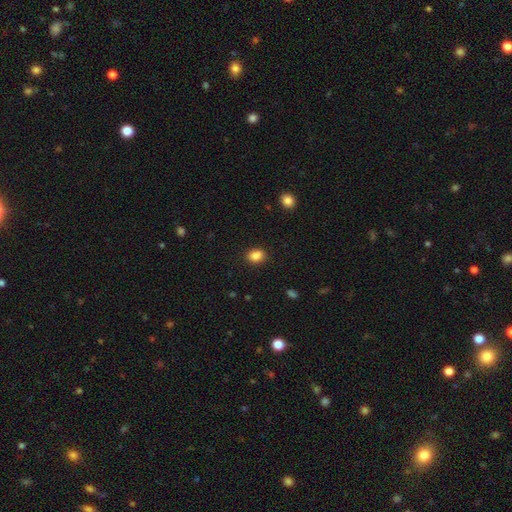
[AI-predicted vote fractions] Overall: smooth (86%). How rounded: in between (57%; round 42%). Merging: none (86%).